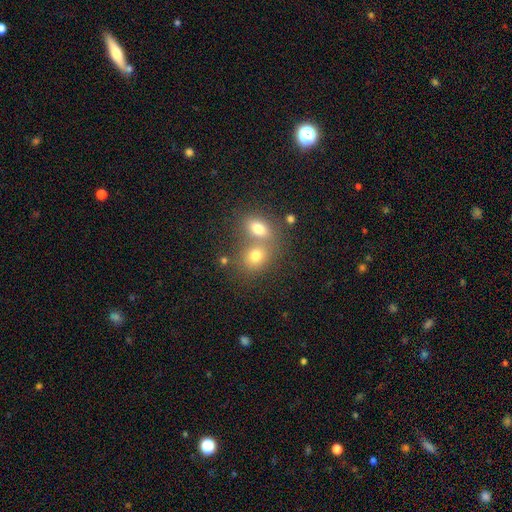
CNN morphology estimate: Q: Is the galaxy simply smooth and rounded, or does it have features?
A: smooth — 75%.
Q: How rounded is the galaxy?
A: round — 55%.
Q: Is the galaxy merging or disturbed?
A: merger — 50%.